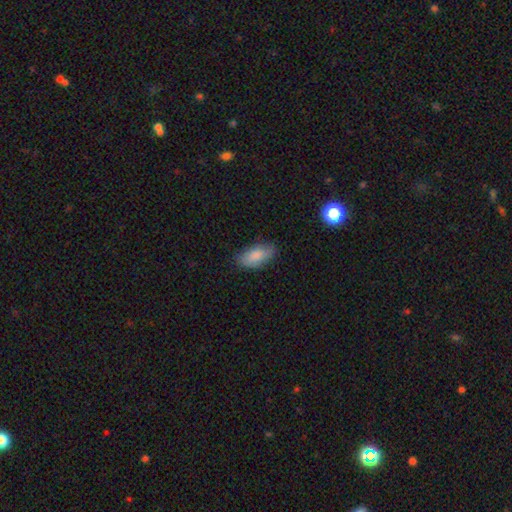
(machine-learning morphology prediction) Smooth or featured: smooth — 84% (featured or disk — 9%)
How rounded: in between — 90% (cigar-shaped — 7%)
Merging: none — 80% (minor disturbance — 15%)